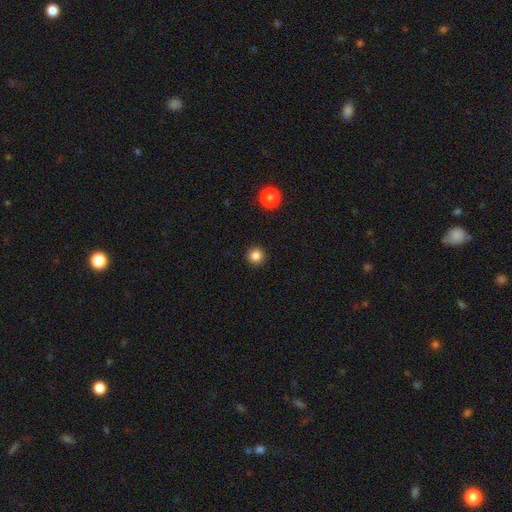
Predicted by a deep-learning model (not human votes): Smooth or featured: smooth — 83% (star or artifact — 13%)
How rounded: round — 96% (in between — 3%)
Merging: none — 93% (minor disturbance — 4%)